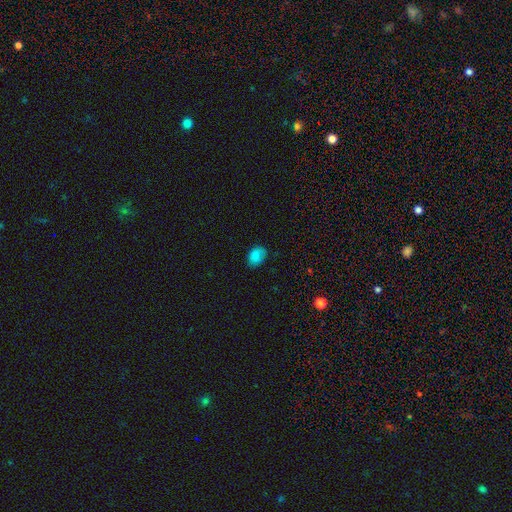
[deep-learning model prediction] A smooth galaxy with no disk features (84%) that is in between round and cigar-shaped (77%).

Vote fractions:
- Smooth or featured? smooth: 84% / star or artifact: 10% / featured or disk: 6%
- How rounded? in between: 77% / round: 21% / cigar-shaped: 1%
- Merging? none: 78% / minor disturbance: 18% / major disturbance: 3% / merger: 1%